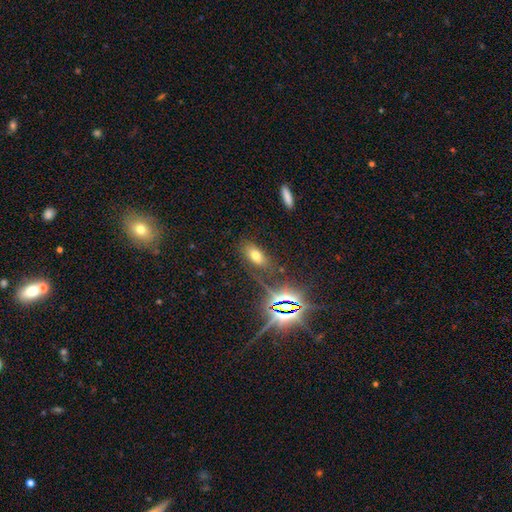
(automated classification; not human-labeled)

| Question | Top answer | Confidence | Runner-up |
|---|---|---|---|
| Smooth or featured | smooth | 60% | star or artifact (27%) |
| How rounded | in between | 86% | cigar-shaped (8%) |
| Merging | none | 77% | minor disturbance (13%) |